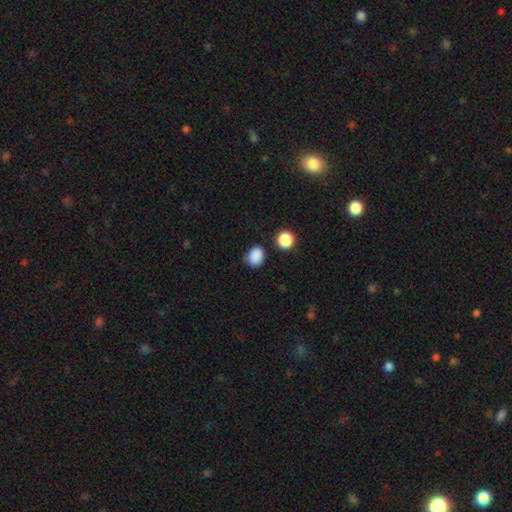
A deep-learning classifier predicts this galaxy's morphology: Smooth or featured? smooth (86%)
How rounded? in between (56%)
Merging? none (75%)